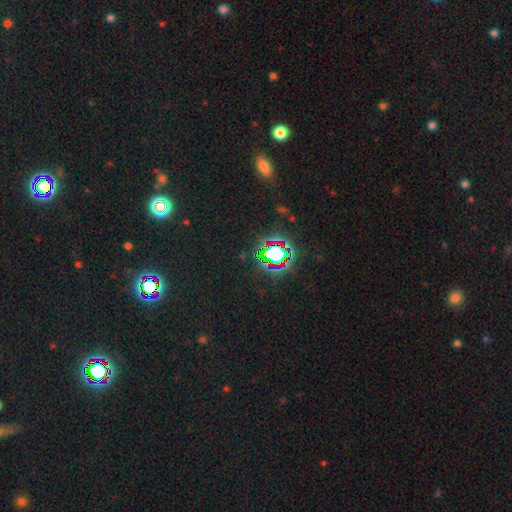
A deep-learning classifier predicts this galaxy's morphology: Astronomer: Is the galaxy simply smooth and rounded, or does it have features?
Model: star or artifact — 79%.